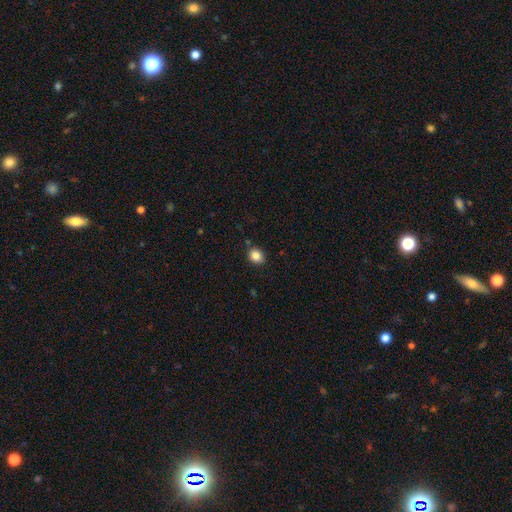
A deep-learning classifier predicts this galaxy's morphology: A smooth galaxy with no disk features (86%) that is round (61%). Merging: none (85%).